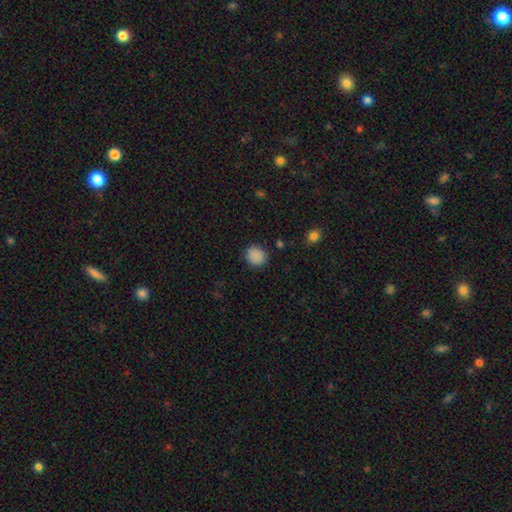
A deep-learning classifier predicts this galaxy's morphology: smooth-or-featured: smooth: 88% | star or artifact: 9% | featured or disk: 3%
  how-rounded: round: 86% | in between: 13% | cigar-shaped: 1%
  merging: none: 88% | minor disturbance: 8% | major disturbance: 3% | merger: 1%